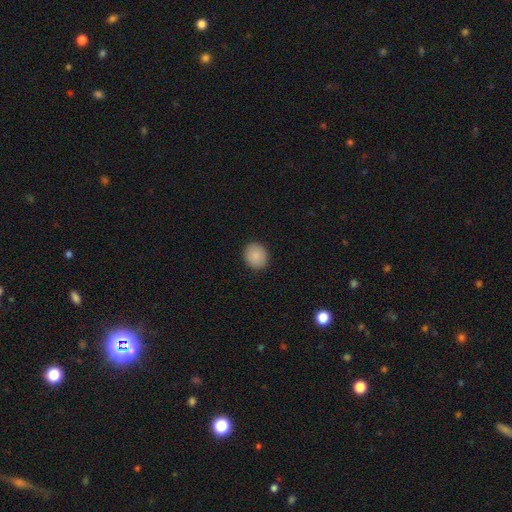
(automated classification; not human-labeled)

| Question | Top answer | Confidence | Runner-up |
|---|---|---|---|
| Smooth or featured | smooth | 87% | star or artifact (8%) |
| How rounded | round | 69% | in between (30%) |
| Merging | none | 90% | minor disturbance (7%) |